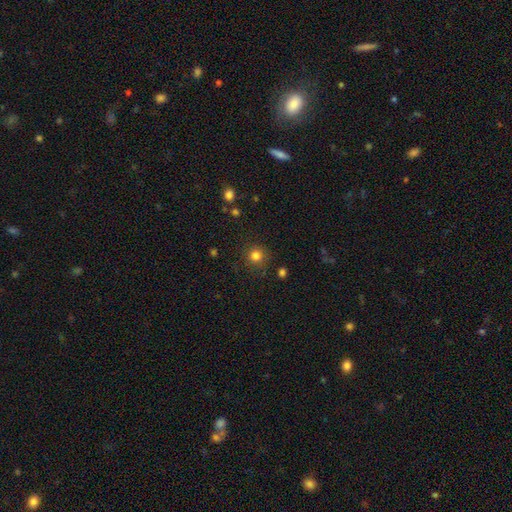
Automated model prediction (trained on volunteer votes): Smooth or featured: smooth — 82% (star or artifact — 13%)
How rounded: round — 93% (in between — 6%)
Merging: none — 86% (minor disturbance — 9%)